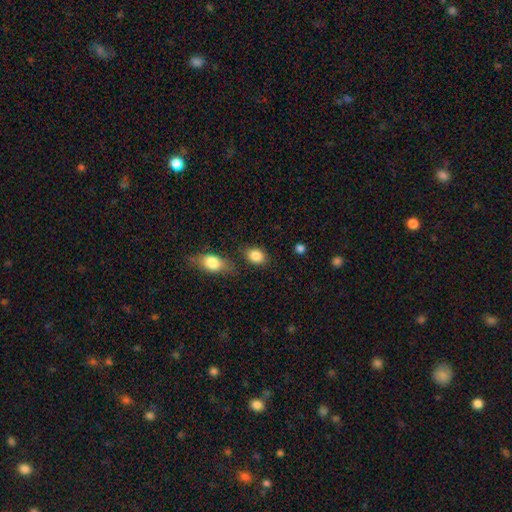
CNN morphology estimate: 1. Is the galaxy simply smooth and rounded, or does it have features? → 86% smooth, 8% star or artifact, 6% featured or disk.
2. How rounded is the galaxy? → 70% in between, 28% round, 2% cigar-shaped.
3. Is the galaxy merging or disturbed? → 73% none, 14% minor disturbance, 9% merger, 4% major disturbance.